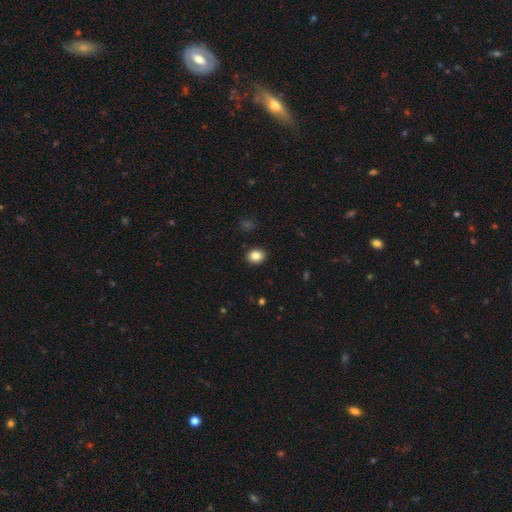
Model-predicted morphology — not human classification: A smooth galaxy with no disk features (84%) that is round (55%). Merging: none (91%).